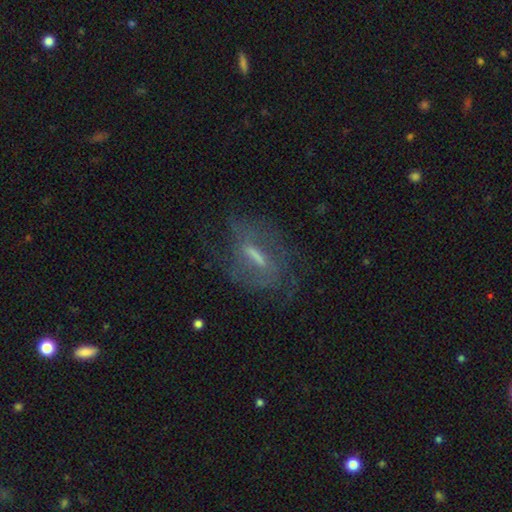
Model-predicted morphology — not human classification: A featured or disk galaxy (63%) with a strong bar (43%), spiral arms (68%) and a moderate central bulge (37%).

Vote fractions:
- Smooth or featured? featured or disk: 63% / smooth: 24% / star or artifact: 13%
- Edge-on disk? no: 82% / yes: 18%
- Bar? strong: 43% / weak: 41% / no: 16%
- Spiral arms? yes: 68% / no: 32%
- Bulge size? moderate: 37% / small: 29% / none: 25% / large: 8% / dominant: 1%
- Merging? none: 66% / minor disturbance: 18% / major disturbance: 14% / merger: 2%